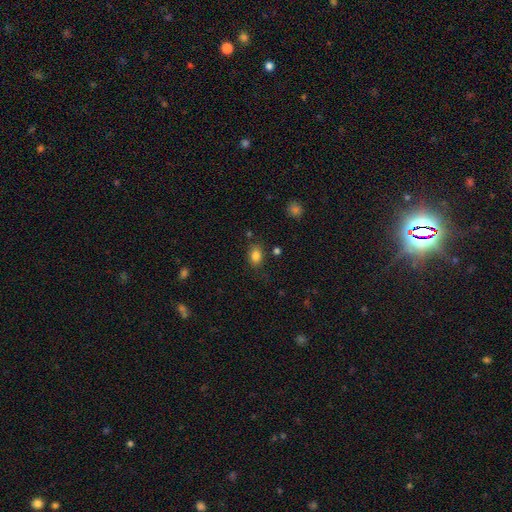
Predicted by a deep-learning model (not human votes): Smooth or featured? smooth (83%)
How rounded? in between (70%)
Merging? none (77%)